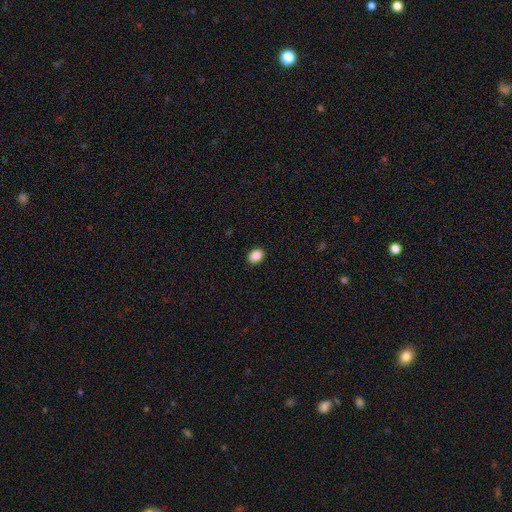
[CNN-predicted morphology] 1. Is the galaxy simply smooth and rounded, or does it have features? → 89% smooth, 8% star or artifact, 3% featured or disk.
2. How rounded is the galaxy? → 74% in between, 25% round, 1% cigar-shaped.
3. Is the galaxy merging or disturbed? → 90% none, 7% minor disturbance, 2% major disturbance, 1% merger.